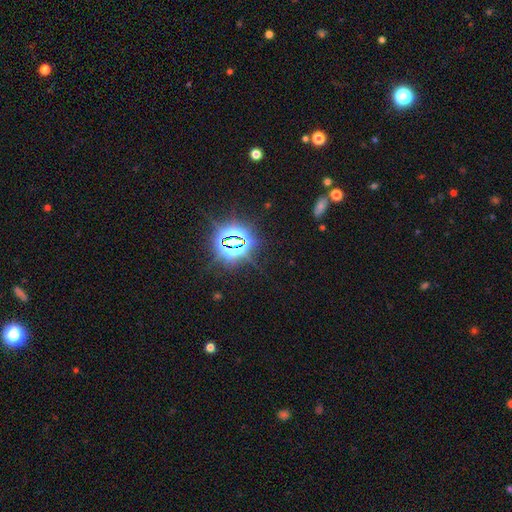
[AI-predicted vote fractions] Morphology: type=star or artifact (79%).